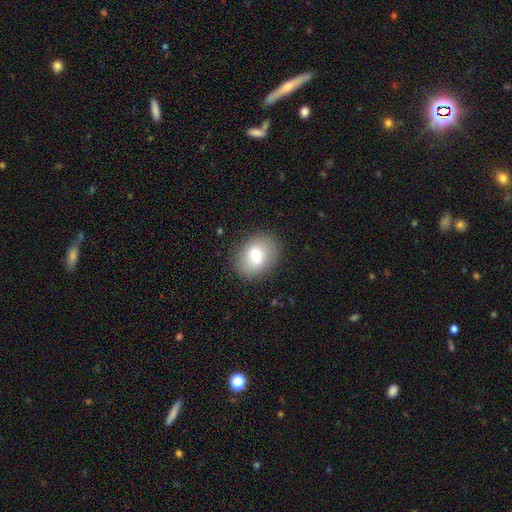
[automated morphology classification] A smooth galaxy with no disk features (71%) that is in between round and cigar-shaped (70%).

Vote fractions:
- Smooth or featured? smooth: 71% / featured or disk: 20% / star or artifact: 9%
- How rounded? in between: 70% / round: 28% / cigar-shaped: 2%
- Merging? none: 82% / minor disturbance: 12% / major disturbance: 4% / merger: 2%